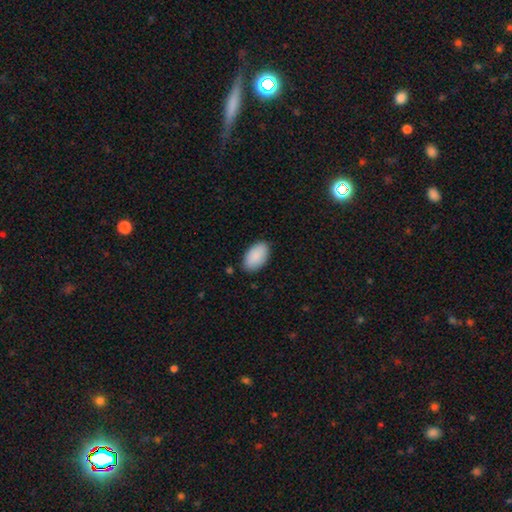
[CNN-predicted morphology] Smooth or featured? smooth (90%)
How rounded? in between (95%)
Merging? none (86%)